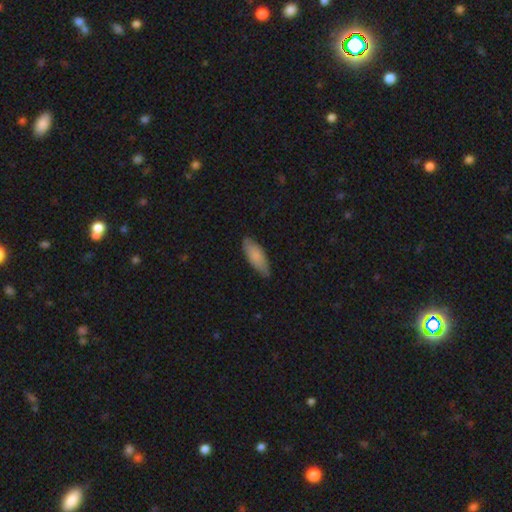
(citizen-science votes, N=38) Smooth or featured? 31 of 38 (82%) said smooth. How rounded? 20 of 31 (65%) said in between. Merging? 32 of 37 (86%) said none.